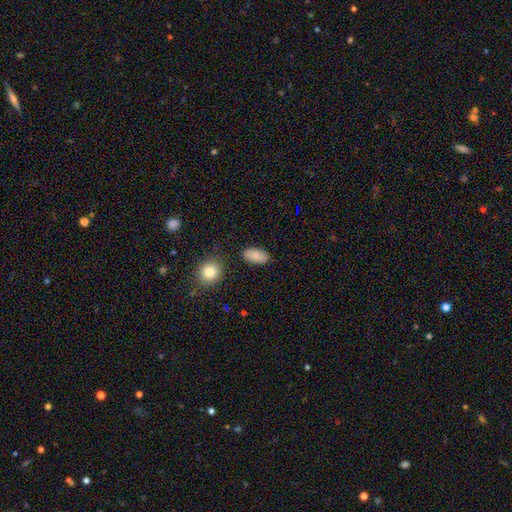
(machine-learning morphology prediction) The model was most divided on "merging": none: 85%, minor disturbance: 10%, merger: 3%, major disturbance: 3%. More confident: how rounded — in between (93%); smooth or featured — smooth (86%).